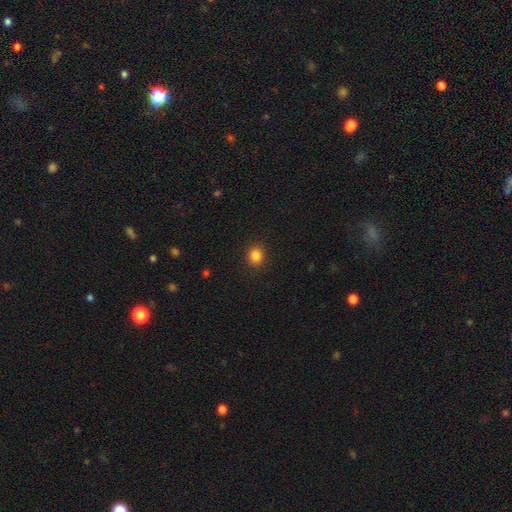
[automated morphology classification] This is clearly a smooth galaxy (84%). How rounded: likely round (78%). Merging: clearly none (91%).